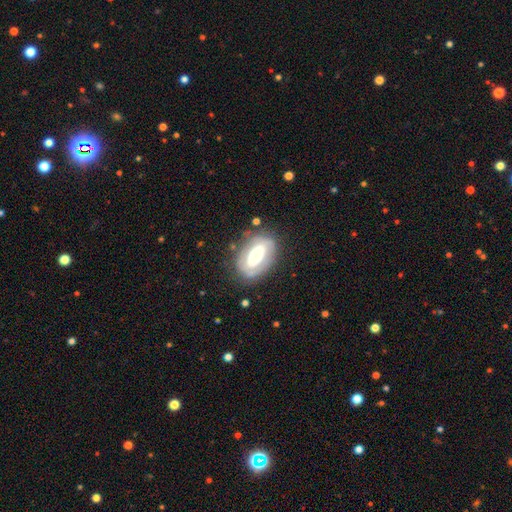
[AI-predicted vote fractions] smooth-or-featured: featured or disk: 59% | smooth: 35% | star or artifact: 6%
  disk-edge-on: no: 93% | yes: 7%
    bar: no: 47% | weak: 27% | strong: 26%
    has-spiral-arms: no: 54% | yes: 46%
    bulge-size: moderate: 53% | large: 24% | small: 18% | dominant: 3% | none: 1%
  merging: none: 72% | minor disturbance: 18% | major disturbance: 8% | merger: 2%